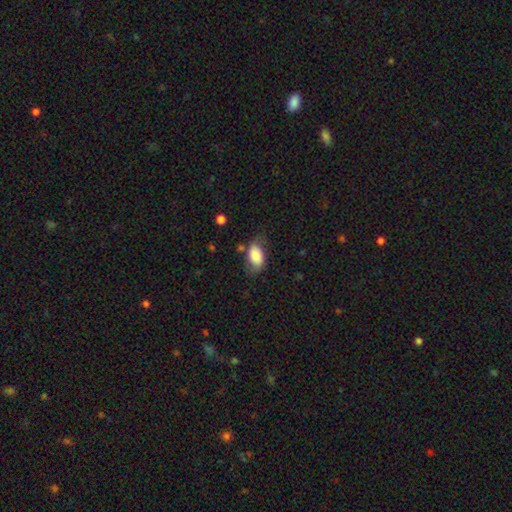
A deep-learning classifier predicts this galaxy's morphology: Smooth or featured: smooth — 77% (featured or disk — 15%)
How rounded: in between — 91% (round — 7%)
Merging: none — 54% (minor disturbance — 30%)